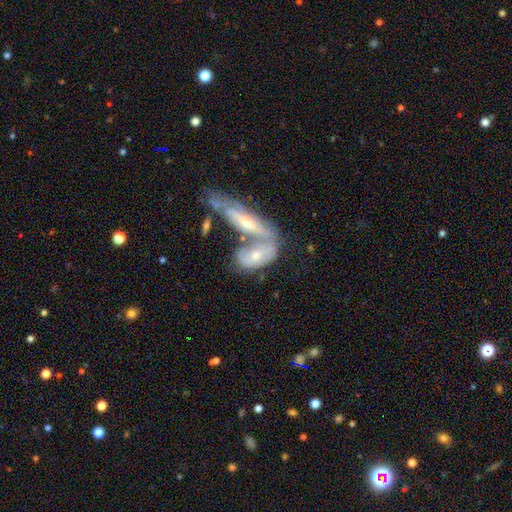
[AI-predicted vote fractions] featured or disk 53%, smooth 41%, star or artifact 6%. Down the decision tree: edge-on disk — no (74%); merging — merger (60%).